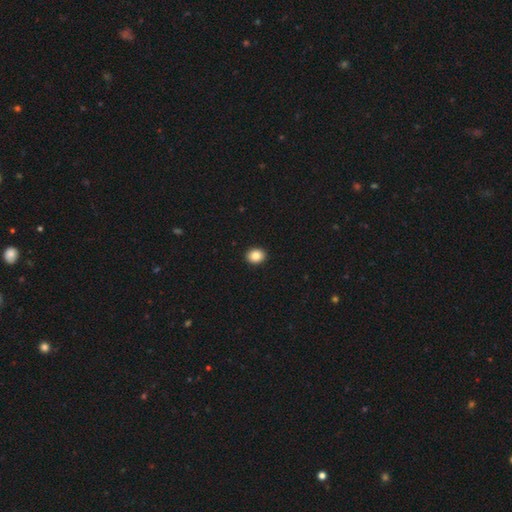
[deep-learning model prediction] This is clearly a smooth galaxy (85%). How rounded: possibly round (55%). Merging: clearly none (93%).